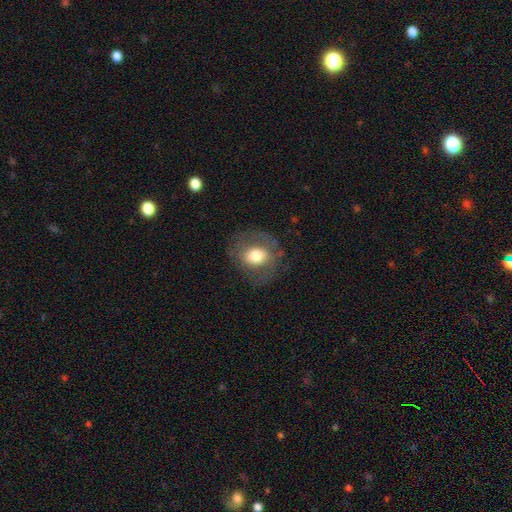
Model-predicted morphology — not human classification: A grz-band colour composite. It shows a smooth galaxy with no disk features (57%) that is round (66%). Merging: none (72%).